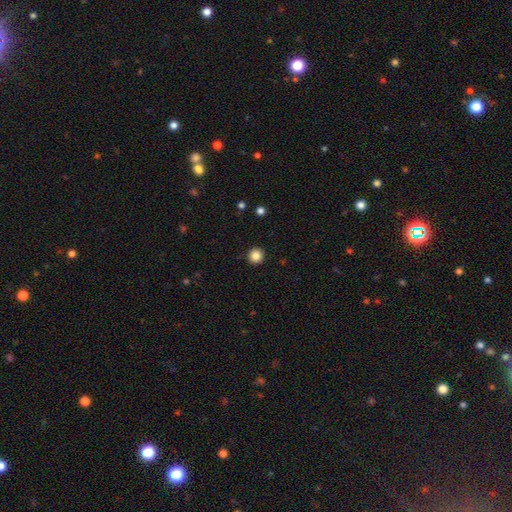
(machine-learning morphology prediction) Smooth or featured? Predicted: smooth (p=0.85). How rounded? Predicted: round (p=0.95). Merging? Predicted: none (p=0.93).